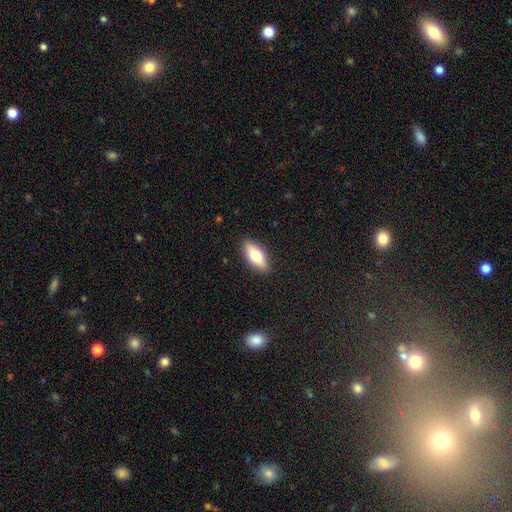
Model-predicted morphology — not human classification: A smooth galaxy with no disk features (67%) that is in between round and cigar-shaped (77%). Merging: none (89%).